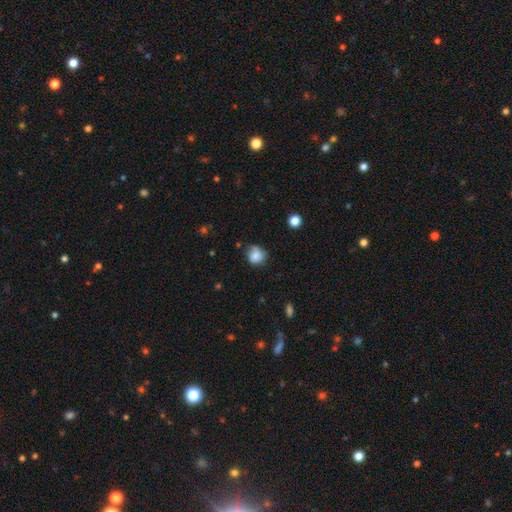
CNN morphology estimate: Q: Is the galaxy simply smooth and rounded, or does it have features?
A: smooth — 80%.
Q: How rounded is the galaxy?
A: round — 77%.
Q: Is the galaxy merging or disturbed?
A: none — 58%.